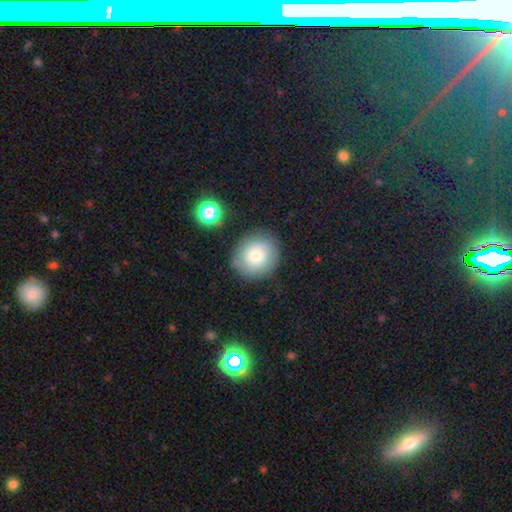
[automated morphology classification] smooth_or_featured: smooth (p=0.72) [alt: featured or disk p=0.18]
how_rounded: round (p=0.86) [alt: in between p=0.13]
merging: none (p=0.79) [alt: minor disturbance p=0.13]